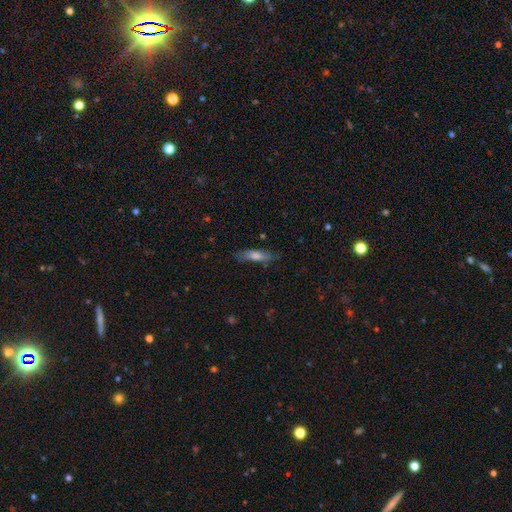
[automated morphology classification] A smooth galaxy with no disk features (64%) that is cigar-shaped (70%). Merging: none (76%).